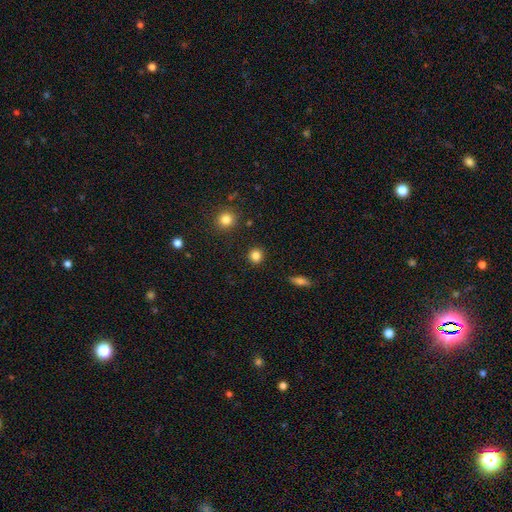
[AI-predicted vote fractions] Smooth or featured: smooth — 84% (star or artifact — 11%)
How rounded: round — 92% (in between — 7%)
Merging: none — 91% (minor disturbance — 5%)